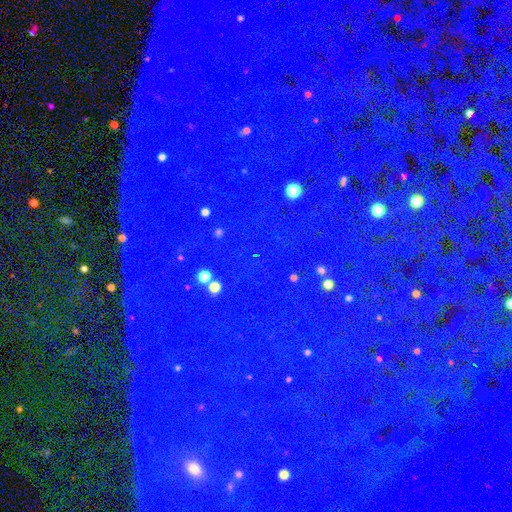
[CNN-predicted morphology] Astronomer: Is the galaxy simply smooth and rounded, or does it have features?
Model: star or artifact — 79%.